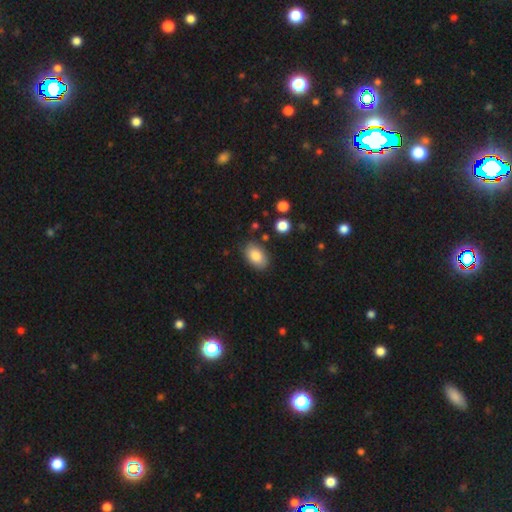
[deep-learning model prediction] Overall: smooth (85%). How rounded: in between (90%). Merging: none (82%).